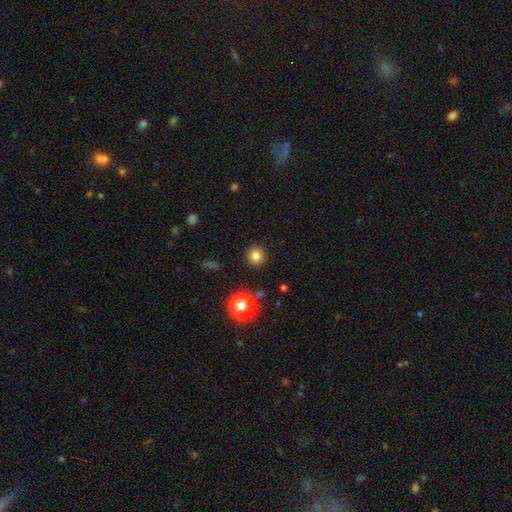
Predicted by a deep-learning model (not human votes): Q: Smooth or featured?
A: smooth (79%); runner-up: star or artifact (15%)
Q: How rounded?
A: round (94%); runner-up: in between (5%)
Q: Merging?
A: none (91%); runner-up: minor disturbance (5%)